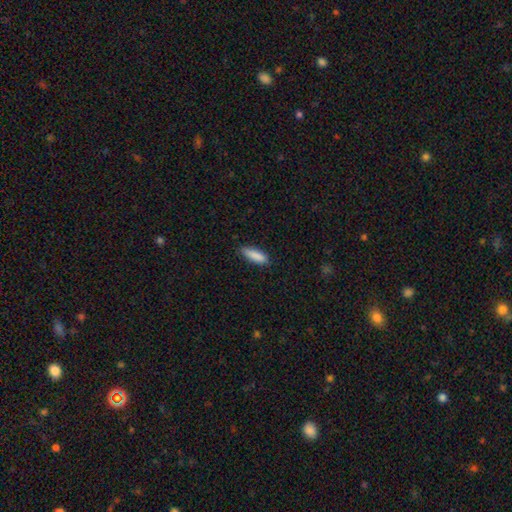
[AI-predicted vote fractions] Morphology: type=smooth (88%); roundness=cigar-shaped (54%); merging=none (82%).